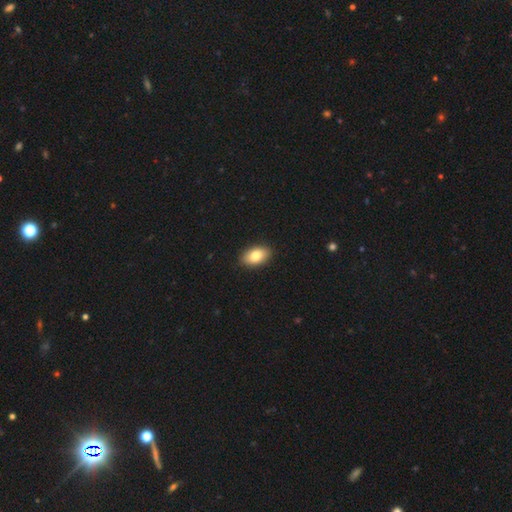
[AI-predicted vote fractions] Smooth or featured?
  - smooth: 82% *
  - featured or disk: 11%
  - star or artifact: 7%
How rounded?
  - in between: 91% *
  - round: 7%
  - cigar-shaped: 2%
Merging?
  - none: 90% *
  - minor disturbance: 8%
  - major disturbance: 2%
  - merger: 1%